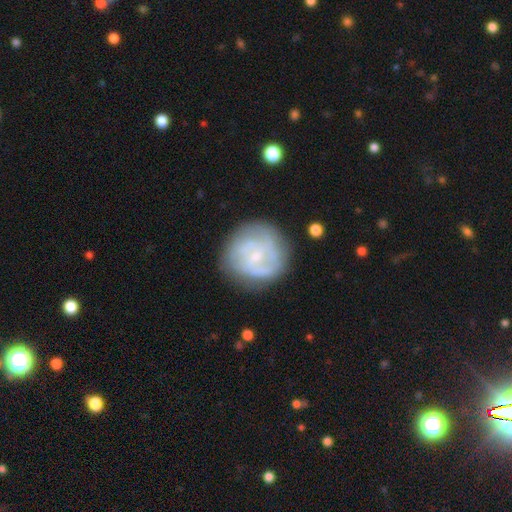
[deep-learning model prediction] Smooth or featured?
  - featured or disk: 67% *
  - smooth: 27%
  - star or artifact: 7%
Edge-on disk?
  - no: 98% *
  - yes: 2%
Bar?
  - no: 56% *
  - weak: 38%
  - strong: 6%
Spiral arms?
  - yes: 79% *
  - no: 21%
Spiral winding?
  - tight: 48% *
  - medium: 37%
  - loose: 16%
Spiral arm count?
  - can't tell: 40% *
  - 2: 27%
  - 3: 18%
  - 4: 6%
  - 1: 5%
  - more than 4: 4%
Bulge size?
  - small: 70% *
  - moderate: 18%
  - none: 9%
  - large: 1%
  - dominant: 1%
Merging?
  - none: 71% *
  - minor disturbance: 18%
  - major disturbance: 9%
  - merger: 2%